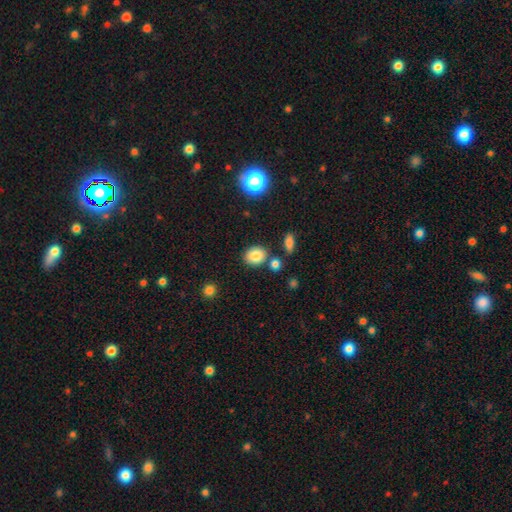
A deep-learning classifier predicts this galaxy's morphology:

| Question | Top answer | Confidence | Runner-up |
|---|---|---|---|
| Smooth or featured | smooth | 83% | star or artifact (11%) |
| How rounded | round | 62% | in between (37%) |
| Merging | none | 79% | minor disturbance (10%) |